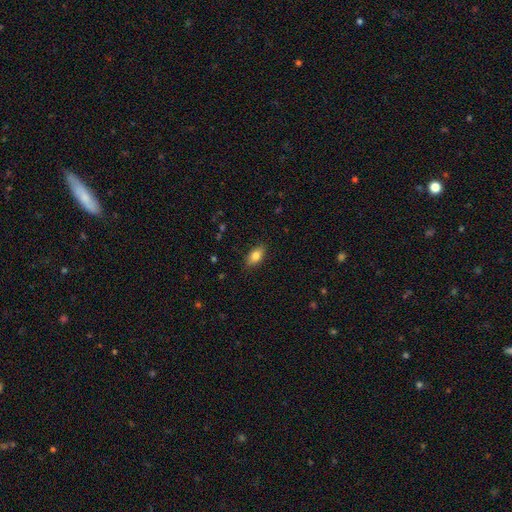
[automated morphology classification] smooth_or_featured: smooth (p=0.81) [alt: featured or disk p=0.11]
how_rounded: in between (p=0.88) [alt: round p=0.06]
merging: none (p=0.86) [alt: minor disturbance p=0.10]